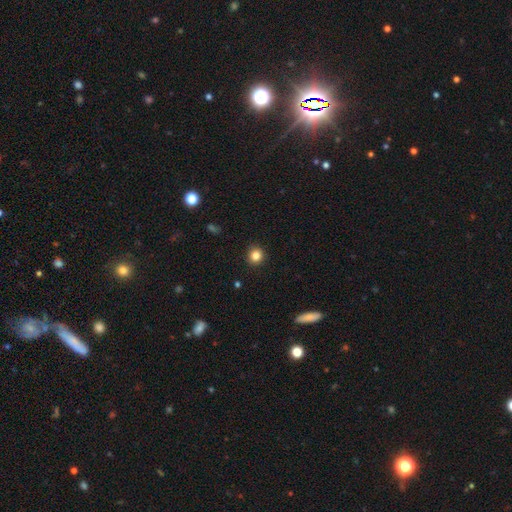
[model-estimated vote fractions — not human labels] A smooth galaxy with no disk features (84%) that is round (91%).

Vote fractions:
- Smooth or featured? smooth: 84% / star or artifact: 11% / featured or disk: 5%
- How rounded? round: 91% / in between: 8% / cigar-shaped: 1%
- Merging? none: 92% / minor disturbance: 5% / major disturbance: 2% / merger: 1%